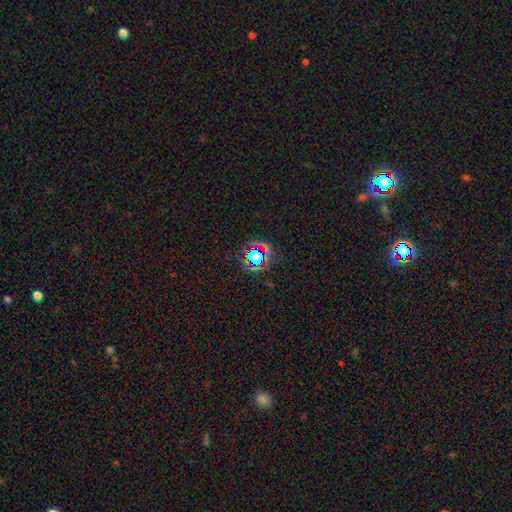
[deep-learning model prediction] star or artifact 61%, smooth 28%, featured or disk 11%.